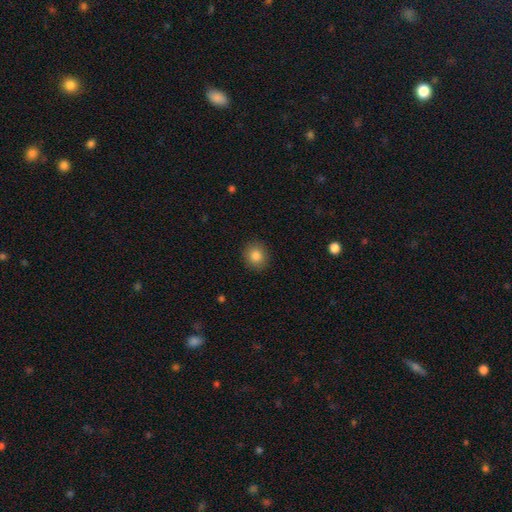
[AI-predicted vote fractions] Smooth or featured? smooth (85%)
How rounded? round (82%)
Merging? none (90%)